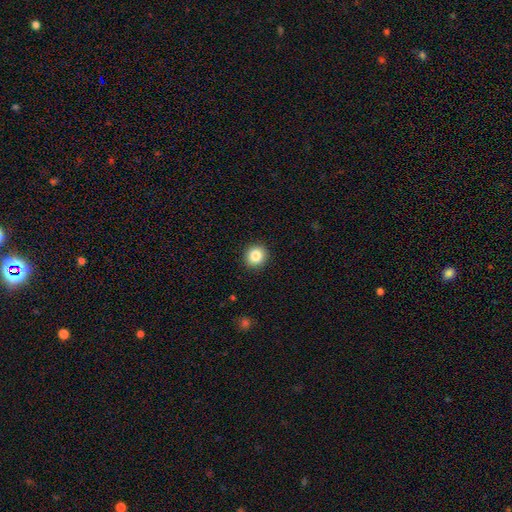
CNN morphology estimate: A smooth galaxy with no disk features (86%) that is round (87%).

Vote fractions:
- Smooth or featured? smooth: 86% / star or artifact: 9% / featured or disk: 5%
- How rounded? round: 87% / in between: 13% / cigar-shaped: 1%
- Merging? none: 92% / minor disturbance: 6% / major disturbance: 2% / merger: 1%